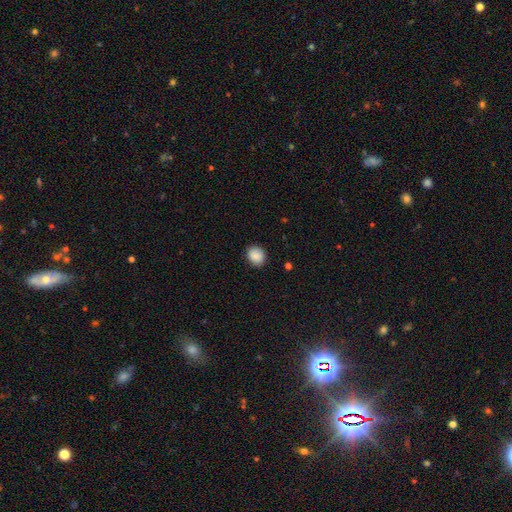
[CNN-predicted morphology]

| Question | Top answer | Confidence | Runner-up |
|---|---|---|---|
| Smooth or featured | smooth | 88% | star or artifact (8%) |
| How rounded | round | 68% | in between (31%) |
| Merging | none | 87% | minor disturbance (9%) |